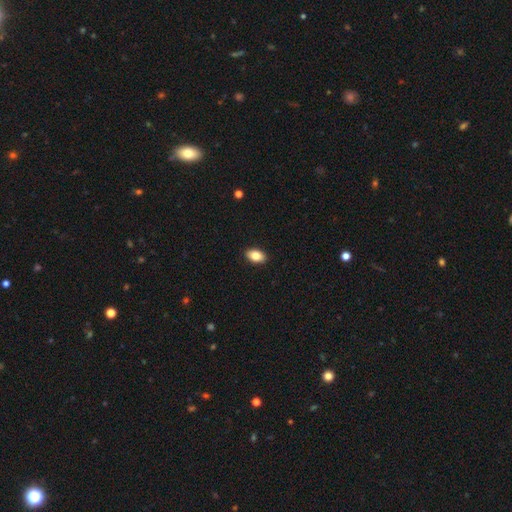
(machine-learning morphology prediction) smooth_or_featured: smooth (p=0.83) [alt: featured or disk p=0.10]
how_rounded: in between (p=0.90) [alt: round p=0.08]
merging: none (p=0.91) [alt: minor disturbance p=0.07]